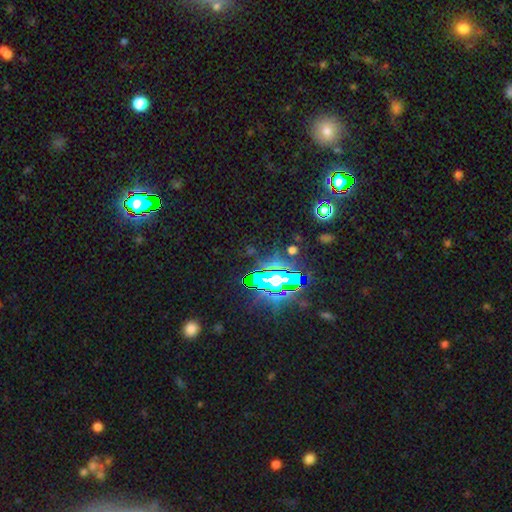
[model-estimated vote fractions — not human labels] This appears to be a star or artifact, not a galaxy (79%).